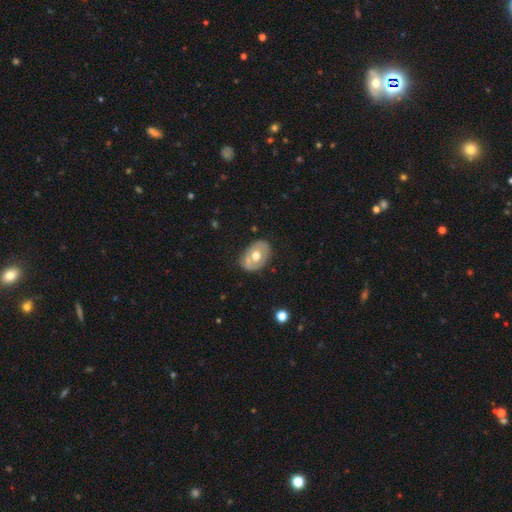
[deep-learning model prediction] smooth 48%, featured or disk 46%, star or artifact 6%. Down the decision tree: merging — none (77%).